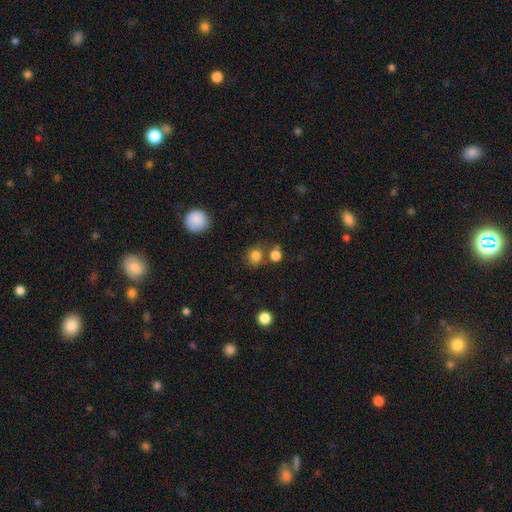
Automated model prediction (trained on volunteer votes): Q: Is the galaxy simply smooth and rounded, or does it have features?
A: smooth — 81%.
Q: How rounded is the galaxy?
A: round — 84%.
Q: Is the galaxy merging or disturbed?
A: none — 69%.